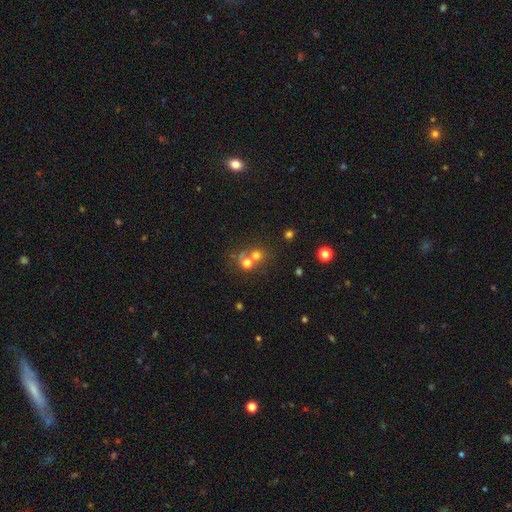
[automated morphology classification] Q: Smooth or featured?
A: smooth (60%); runner-up: star or artifact (23%)
Q: How rounded?
A: round (81%); runner-up: in between (18%)
Q: Merging?
A: merger (50%); runner-up: none (40%)